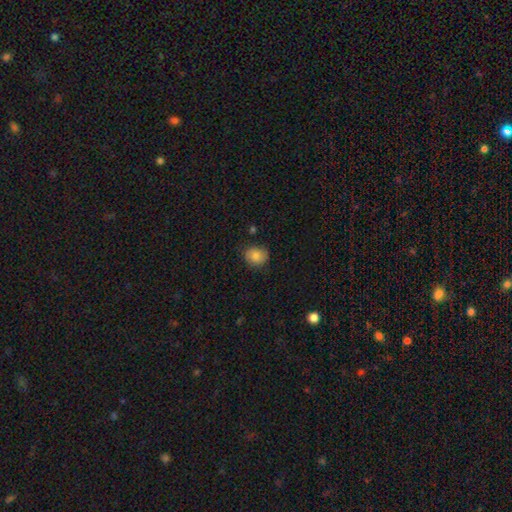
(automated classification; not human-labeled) Smooth or featured? Predicted: smooth (p=0.80). How rounded? Predicted: round (p=0.74). Merging? Predicted: none (p=0.78).